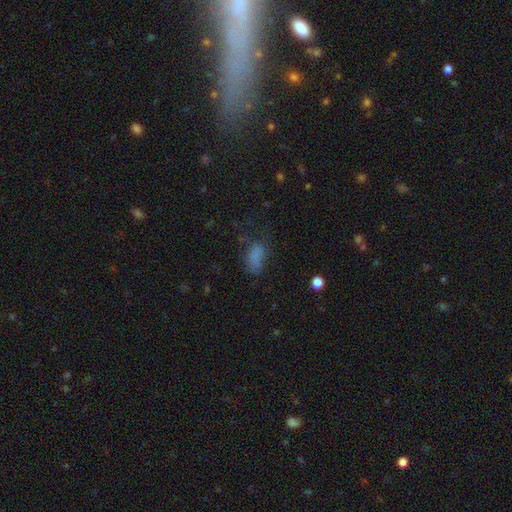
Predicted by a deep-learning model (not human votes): Q: Smooth or featured?
A: smooth (70%); runner-up: star or artifact (16%)
Q: How rounded?
A: in between (88%); runner-up: round (7%)
Q: Merging?
A: none (40%); runner-up: major disturbance (30%)